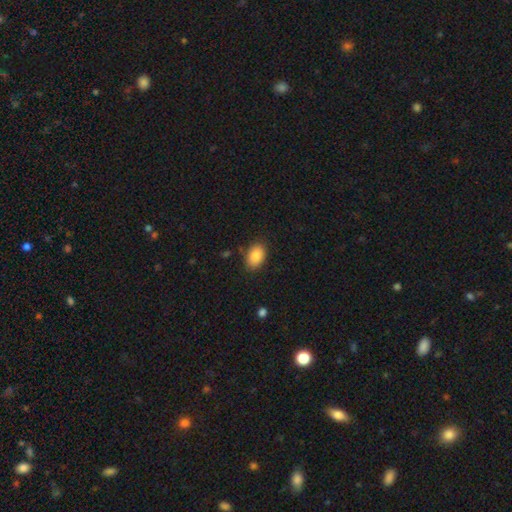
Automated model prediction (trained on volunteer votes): Morphology: type=smooth (87%); roundness=in between (87%); merging=none (83%).